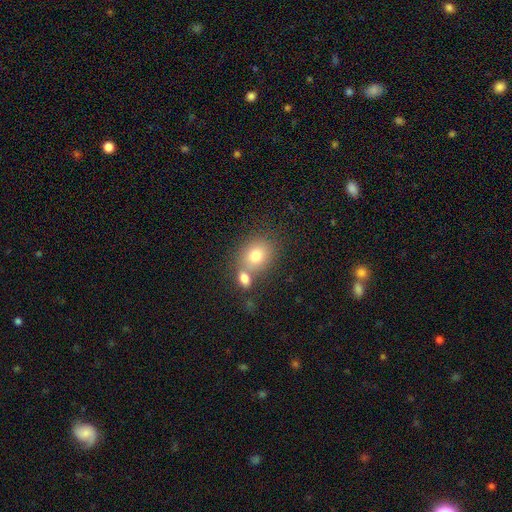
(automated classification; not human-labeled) smooth_or_featured: smooth (p=0.76) [alt: featured or disk p=0.13]
how_rounded: round (p=0.58) [alt: in between p=0.41]
merging: none (p=0.50) [alt: merger p=0.37]